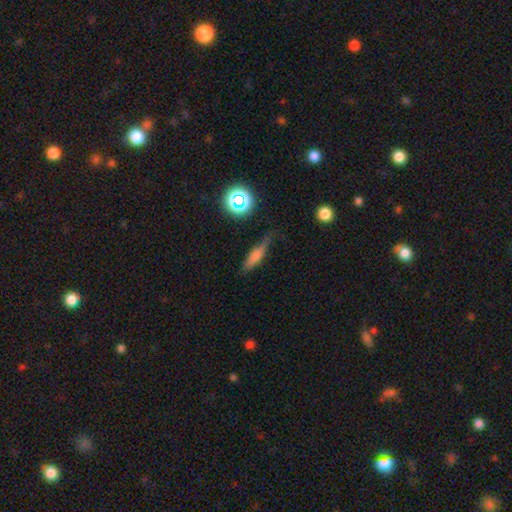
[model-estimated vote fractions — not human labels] The model was most divided on "smooth or featured": smooth: 61%, featured or disk: 26%, star or artifact: 13%. More confident: how rounded — cigar-shaped (68%); merging — none (66%).